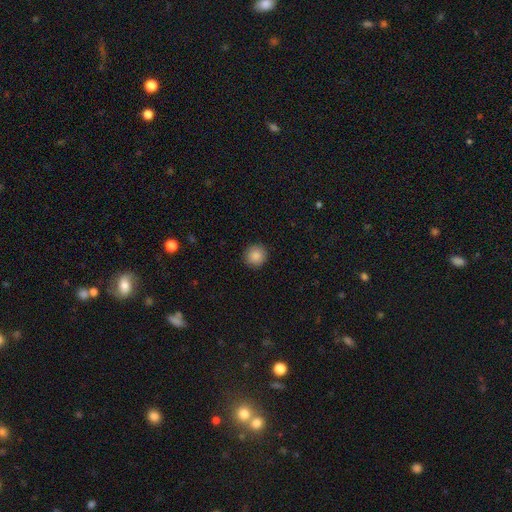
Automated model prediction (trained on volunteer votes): A smooth galaxy with no disk features (87%) that is round (94%). Merging: none (92%).